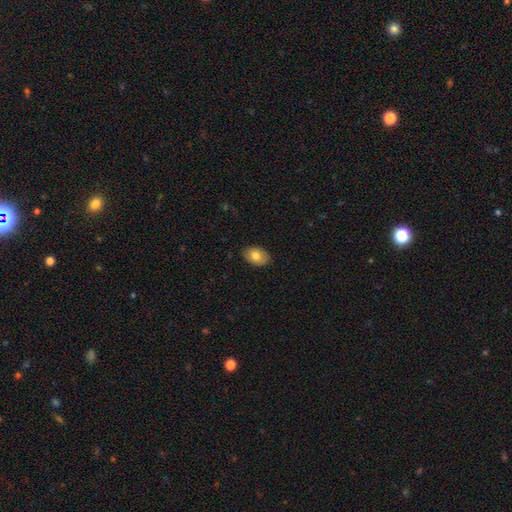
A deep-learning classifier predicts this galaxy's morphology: type=smooth (78%); roundness=in between (85%); merging=none (86%).